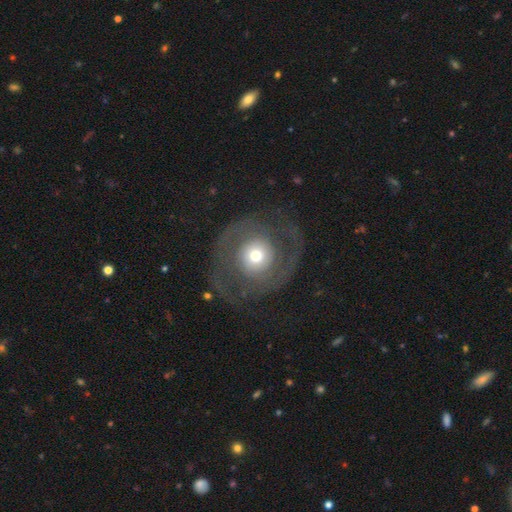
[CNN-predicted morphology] Q: Smooth or featured?
A: featured or disk (72%); runner-up: smooth (21%)
Q: Edge-on disk?
A: no (97%); runner-up: yes (3%)
Q: Bar?
A: no (81%); runner-up: weak (14%)
Q: Spiral arms?
A: yes (77%); runner-up: no (23%)
Q: Spiral winding?
A: tight (42%); runner-up: medium (38%)
Q: Spiral arm count?
A: 2 (71%); runner-up: can't tell (13%)
Q: Bulge size?
A: moderate (55%); runner-up: small (25%)
Q: Merging?
A: none (69%); runner-up: major disturbance (18%)